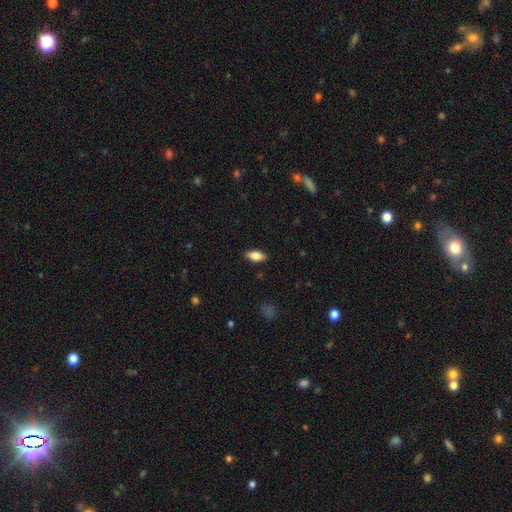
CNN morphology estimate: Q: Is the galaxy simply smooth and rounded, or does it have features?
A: smooth — 77%.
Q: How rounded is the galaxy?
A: in between — 87%.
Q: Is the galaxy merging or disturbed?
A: none — 87%.